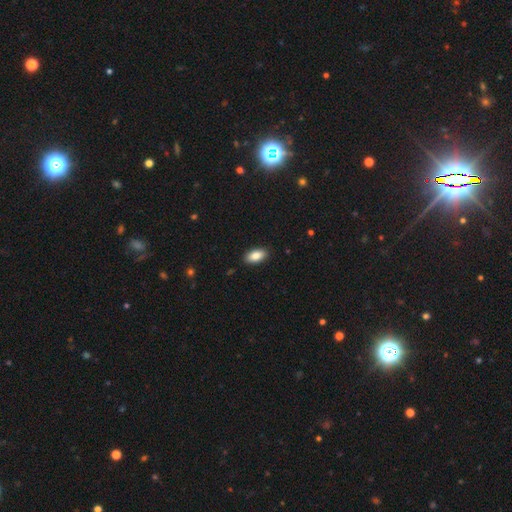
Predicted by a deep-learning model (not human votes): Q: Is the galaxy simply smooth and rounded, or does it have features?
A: smooth — 86%.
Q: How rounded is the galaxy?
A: in between — 92%.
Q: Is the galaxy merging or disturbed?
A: none — 90%.